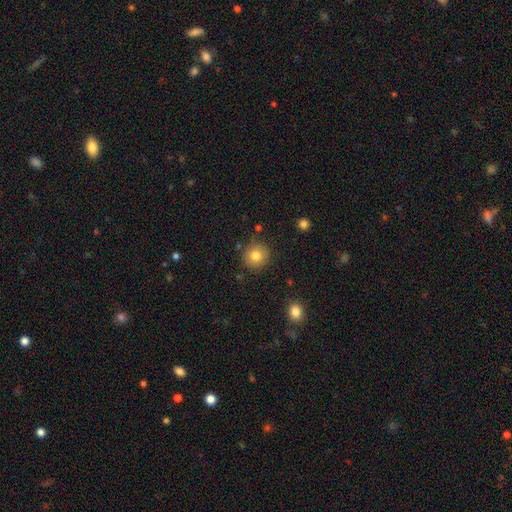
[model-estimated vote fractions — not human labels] This is clearly a smooth galaxy (80%). How rounded: clearly round (91%). Merging: clearly none (86%).